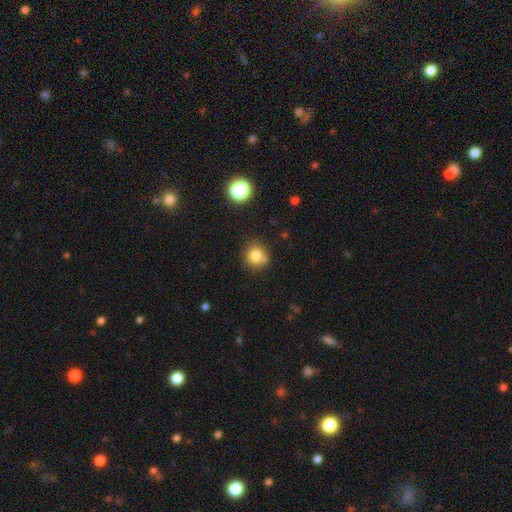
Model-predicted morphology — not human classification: A smooth galaxy with no disk features (80%) that is round (87%). Merging: none (69%).